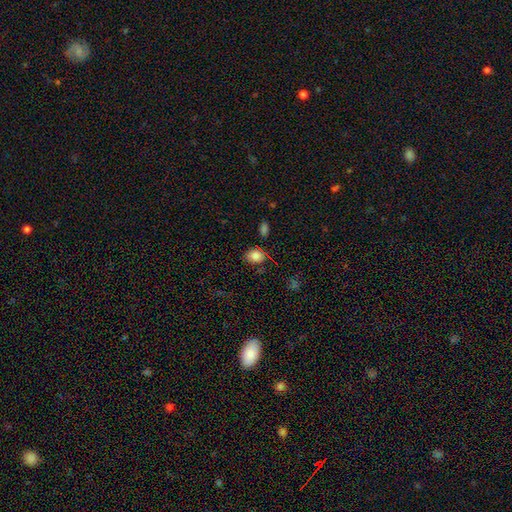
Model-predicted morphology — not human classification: Smooth or featured?
  - smooth: 78% *
  - star or artifact: 15%
  - featured or disk: 7%
How rounded?
  - in between: 59% *
  - round: 40%
  - cigar-shaped: 1%
Merging?
  - none: 77% *
  - minor disturbance: 15%
  - major disturbance: 4%
  - merger: 4%